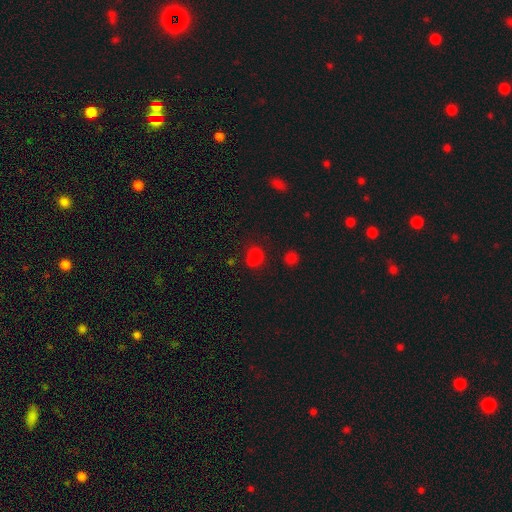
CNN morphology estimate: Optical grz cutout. It shows a smooth galaxy with no disk features (69%) that is round (67%). Merging: none (46%).